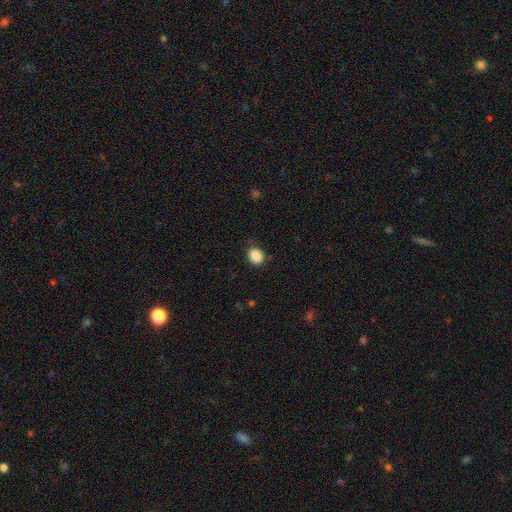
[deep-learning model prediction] A smooth galaxy with no disk features (88%) that is round (61%).

Vote fractions:
- Smooth or featured? smooth: 88% / star or artifact: 9% / featured or disk: 3%
- How rounded? round: 61% / in between: 38% / cigar-shaped: 1%
- Merging? none: 81% / minor disturbance: 14% / major disturbance: 4% / merger: 1%